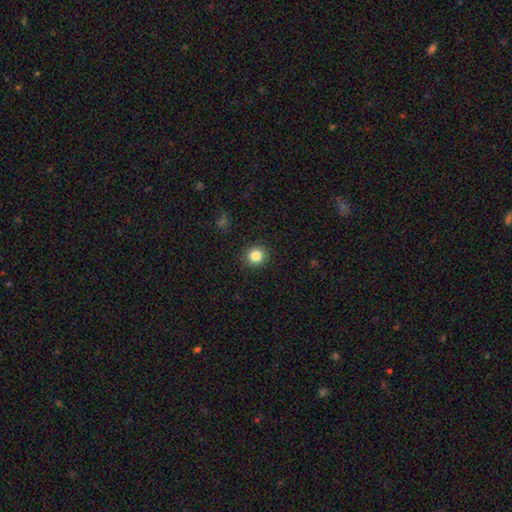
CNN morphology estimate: This appears to be a smooth galaxy with no disk features (84%) that is round (87%). Merging: none (91%).